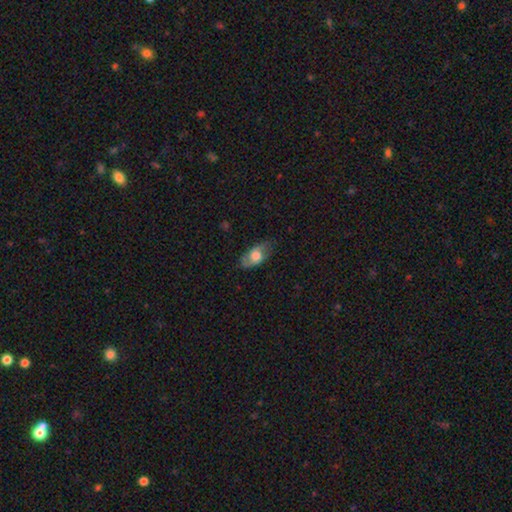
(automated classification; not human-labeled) Q: Smooth or featured?
A: smooth (56%); runner-up: featured or disk (37%)
Q: How rounded?
A: in between (86%); runner-up: round (7%)
Q: Merging?
A: none (72%); runner-up: minor disturbance (21%)